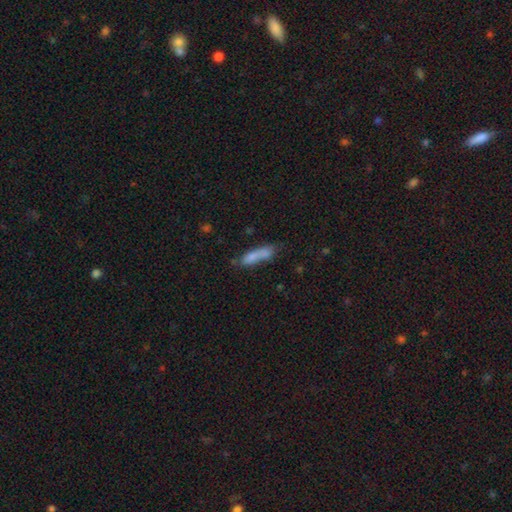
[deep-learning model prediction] Smooth or featured? Predicted: smooth (p=0.76). How rounded? Predicted: cigar-shaped (p=0.71). Merging? Predicted: none (p=0.50).